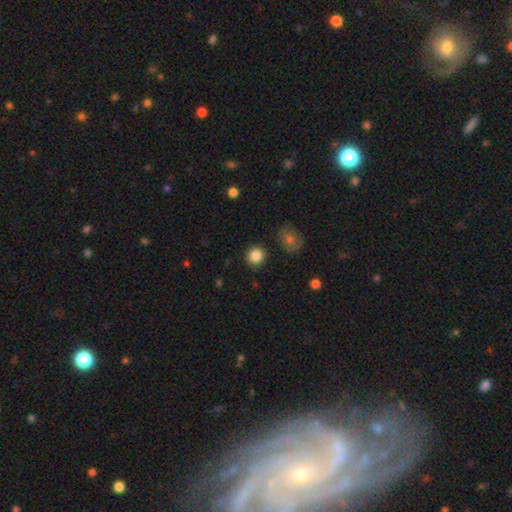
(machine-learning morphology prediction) Smooth or featured? smooth (86%)
How rounded? round (91%)
Merging? none (88%)